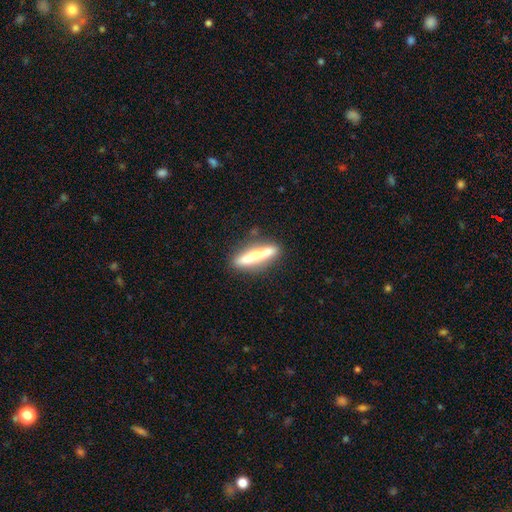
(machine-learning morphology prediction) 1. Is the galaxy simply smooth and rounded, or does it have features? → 52% smooth, 41% featured or disk, 7% star or artifact.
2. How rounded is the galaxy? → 89% cigar-shaped, 9% in between, 2% round.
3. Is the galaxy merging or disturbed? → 83% none, 11% minor disturbance, 3% merger, 3% major disturbance.